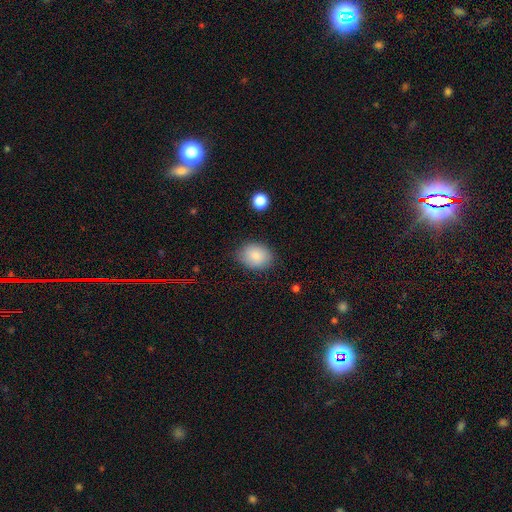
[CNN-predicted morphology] A smooth galaxy with no disk features (86%) that is in between round and cigar-shaped (62%).

Vote fractions:
- Smooth or featured? smooth: 86% / star or artifact: 8% / featured or disk: 7%
- How rounded? in between: 62% / round: 37% / cigar-shaped: 1%
- Merging? none: 79% / minor disturbance: 16% / major disturbance: 4% / merger: 1%